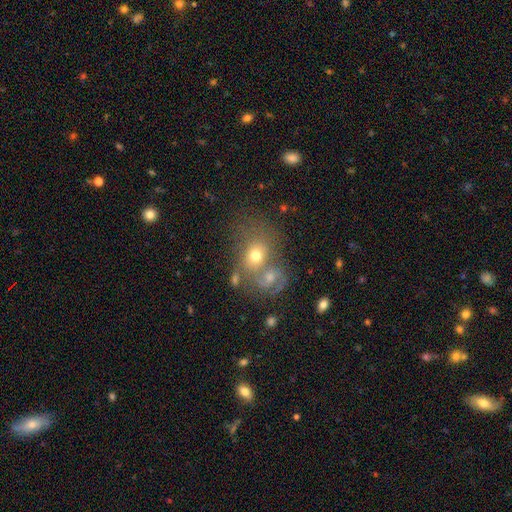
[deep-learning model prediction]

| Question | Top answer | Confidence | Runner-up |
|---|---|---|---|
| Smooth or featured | smooth | 52% | featured or disk (36%) |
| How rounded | round | 53% | in between (46%) |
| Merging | merger | 47% | none (33%) |